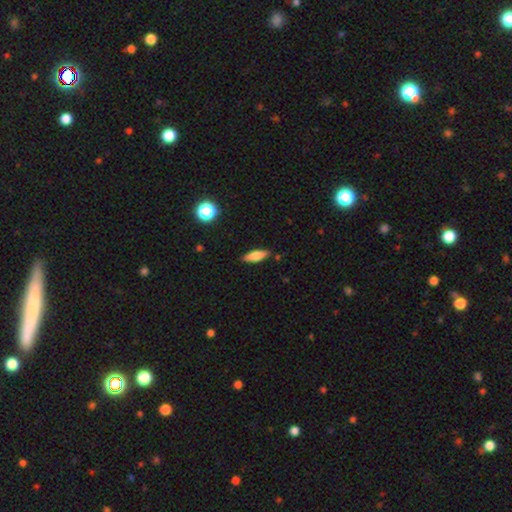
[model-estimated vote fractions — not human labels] Overall: smooth (67%). How rounded: in between (51%; cigar-shaped 47%). Merging: none (86%).